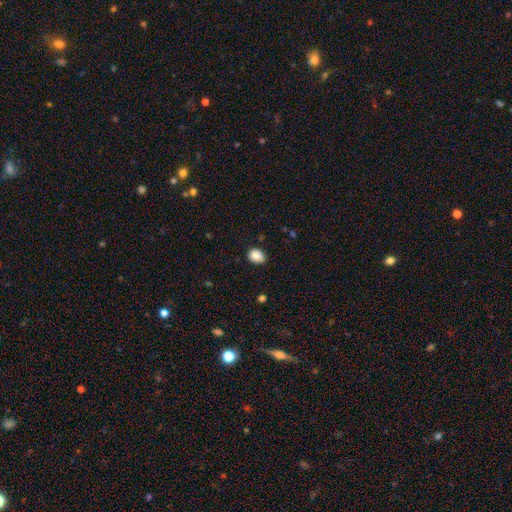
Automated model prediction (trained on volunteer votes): Smooth or featured? smooth (87%)
How rounded? in between (53%)
Merging? none (83%)